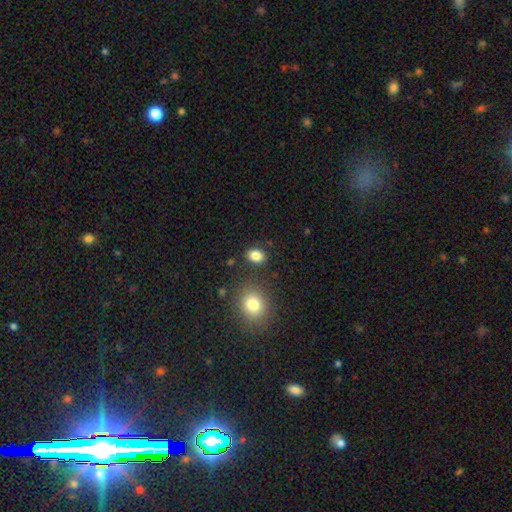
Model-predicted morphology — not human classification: Smooth or featured? smooth (84%)
How rounded? in between (68%)
Merging? none (84%)